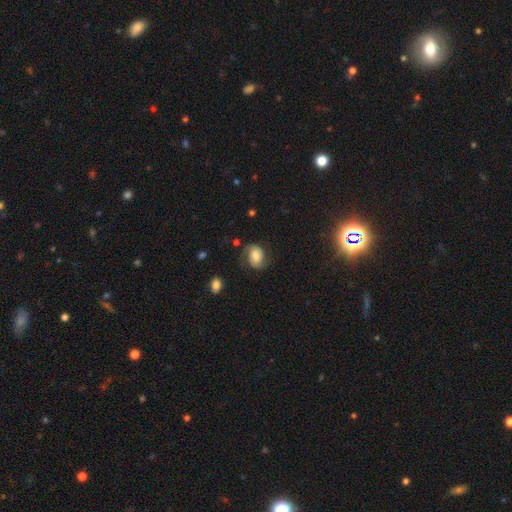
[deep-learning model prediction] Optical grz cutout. It shows a featured or disk galaxy (57%) with no bar (61%), 2 (84%) medium (45%) spiral arms (91%) and a moderate central bulge (32%). Merging: none (63%).